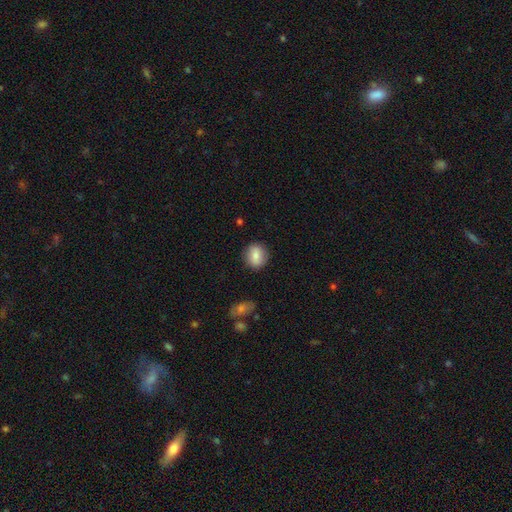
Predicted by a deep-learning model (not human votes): A smooth galaxy with no disk features (79%) that is round (79%). Merging: none (88%).